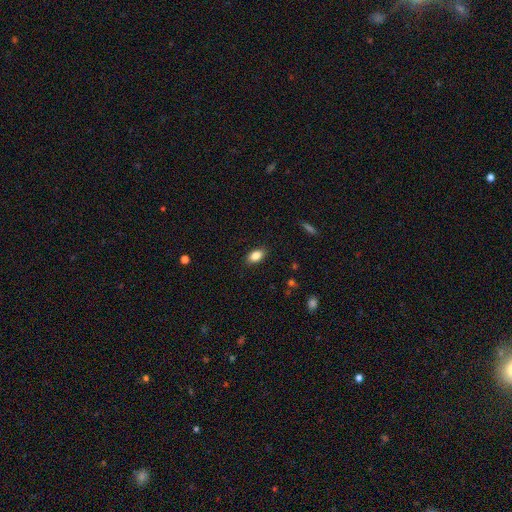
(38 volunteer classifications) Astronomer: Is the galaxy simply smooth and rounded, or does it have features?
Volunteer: smooth — 89%.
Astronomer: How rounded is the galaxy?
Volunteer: in between — 88%.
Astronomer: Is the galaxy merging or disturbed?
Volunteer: none — 89%.